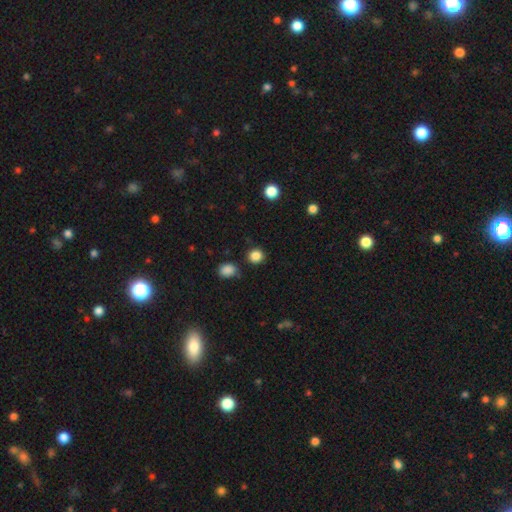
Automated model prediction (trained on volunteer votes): This appears to be a smooth galaxy with no disk features (86%) that is round (88%). Merging: none (86%).